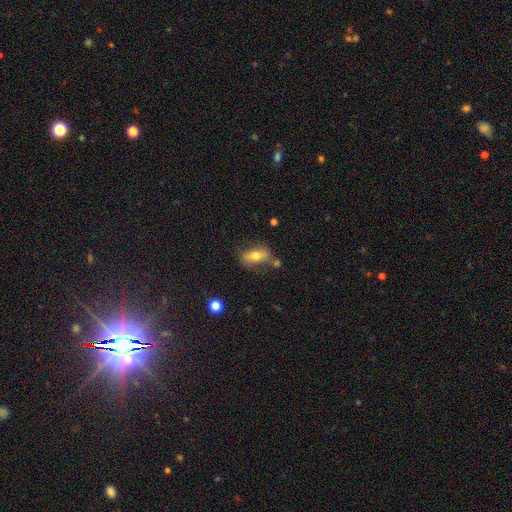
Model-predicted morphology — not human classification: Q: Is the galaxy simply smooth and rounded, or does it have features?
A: smooth — 61%.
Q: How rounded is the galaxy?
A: in between — 77%.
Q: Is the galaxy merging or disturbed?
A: none — 61%.